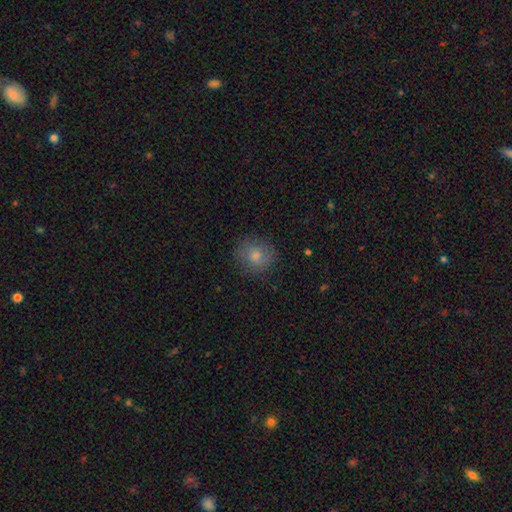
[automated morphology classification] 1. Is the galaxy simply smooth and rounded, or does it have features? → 72% smooth, 15% featured or disk, 14% star or artifact.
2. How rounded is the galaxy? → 87% round, 12% in between, 1% cigar-shaped.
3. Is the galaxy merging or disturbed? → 85% none, 11% minor disturbance, 3% major disturbance, 1% merger.